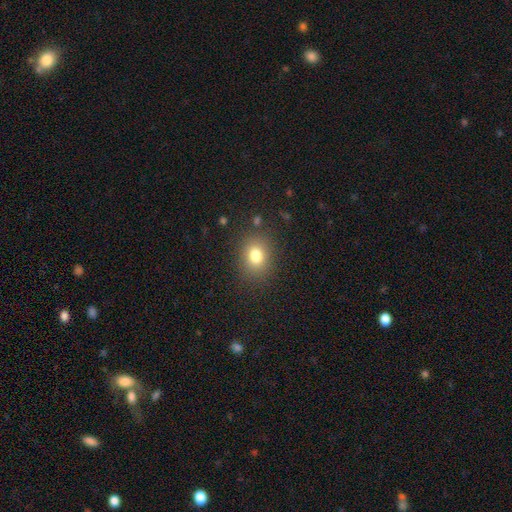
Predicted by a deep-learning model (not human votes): smooth 79%, star or artifact 13%, featured or disk 9%. Down the decision tree: how rounded — round (52%); merging — none (85%).